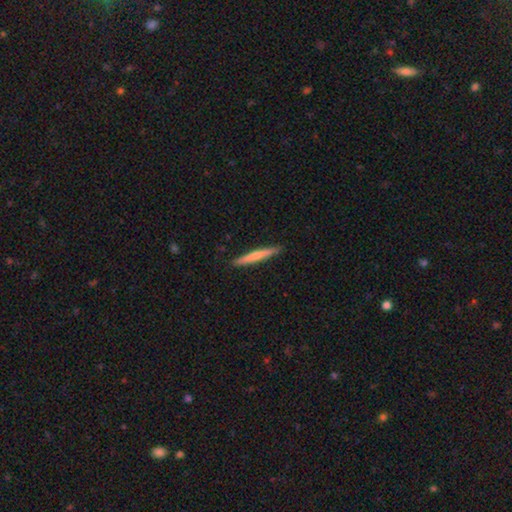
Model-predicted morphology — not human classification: Smooth or featured? smooth (60%)
How rounded? cigar-shaped (96%)
Merging? none (90%)